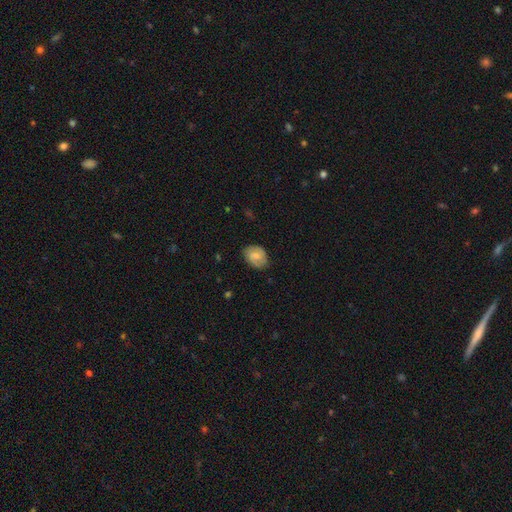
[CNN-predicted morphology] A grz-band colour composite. It shows a smooth galaxy with no disk features (60%) that is in between round and cigar-shaped (66%). Merging: none (78%).